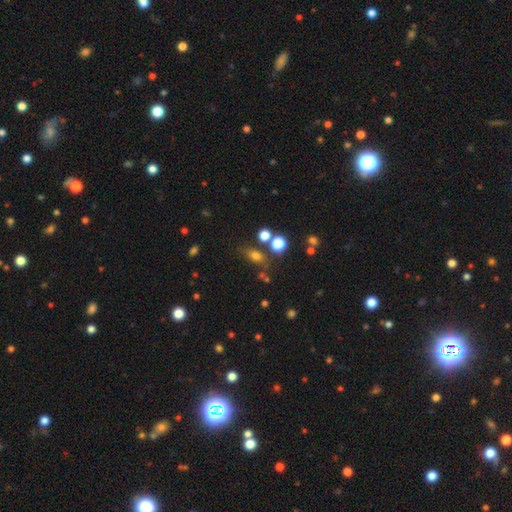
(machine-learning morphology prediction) The model was most divided on "how rounded": in between: 66%, round: 30%, cigar-shaped: 4%. More confident: smooth or featured — smooth (72%); merging — none (67%).